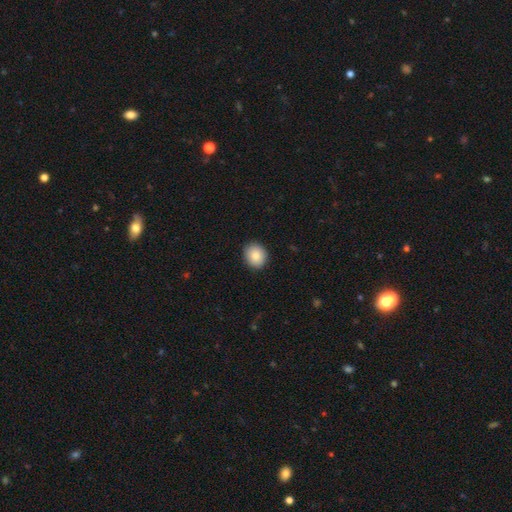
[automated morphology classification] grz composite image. It shows a smooth galaxy with no disk features (86%) that is round (72%). Merging: none (90%).